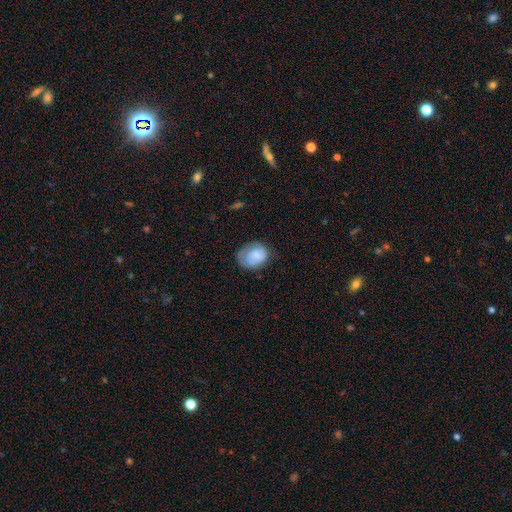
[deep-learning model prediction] This appears to be a smooth galaxy with no disk features (77%) that is in between round and cigar-shaped (51%). Merging: none (56%).